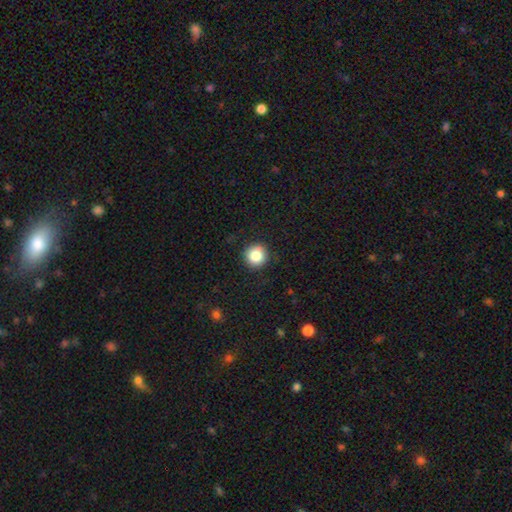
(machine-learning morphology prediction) smooth_or_featured: smooth (p=0.85) [alt: star or artifact p=0.10]
how_rounded: round (p=0.95) [alt: in between p=0.04]
merging: none (p=0.90) [alt: minor disturbance p=0.07]